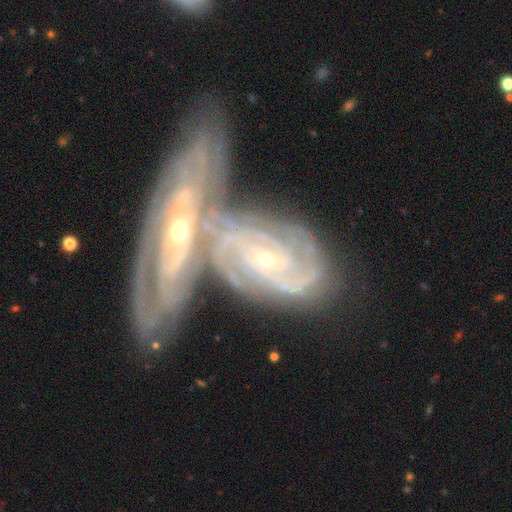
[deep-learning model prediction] Morphology: type=featured or disk (87%); edge-on=no (91%); bar=no (54%); spiral arms=yes (94%); winding=tight (71%); arm count=can't tell (36%); bulge=small (62%); merging=merger (62%).